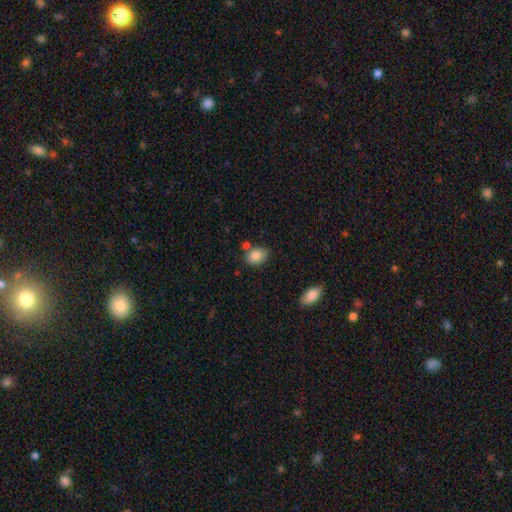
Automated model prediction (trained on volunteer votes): Overall: smooth (85%). How rounded: in between (73%). Merging: none (70%).